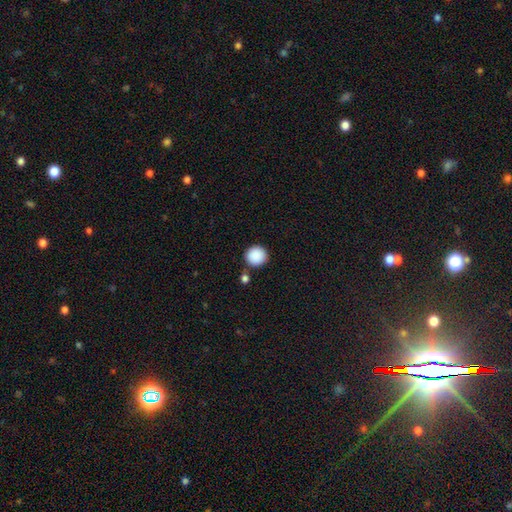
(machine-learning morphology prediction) Smooth or featured? Predicted: smooth (p=0.89). How rounded? Predicted: round (p=0.93). Merging? Predicted: none (p=0.84).